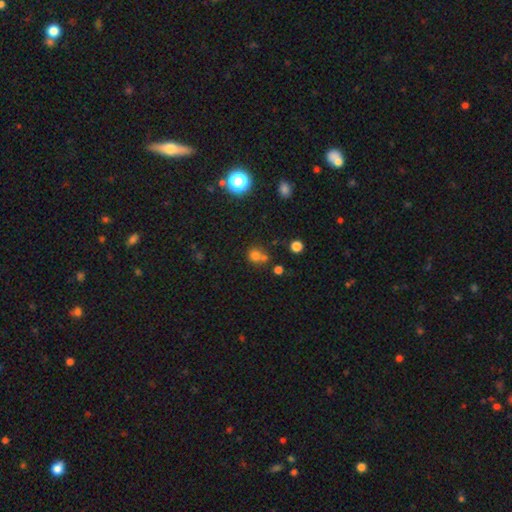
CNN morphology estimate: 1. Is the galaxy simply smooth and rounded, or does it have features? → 73% smooth, 18% star or artifact, 9% featured or disk.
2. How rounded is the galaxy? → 84% round, 15% in between, 1% cigar-shaped.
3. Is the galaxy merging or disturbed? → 50% none, 37% merger, 9% minor disturbance, 4% major disturbance.